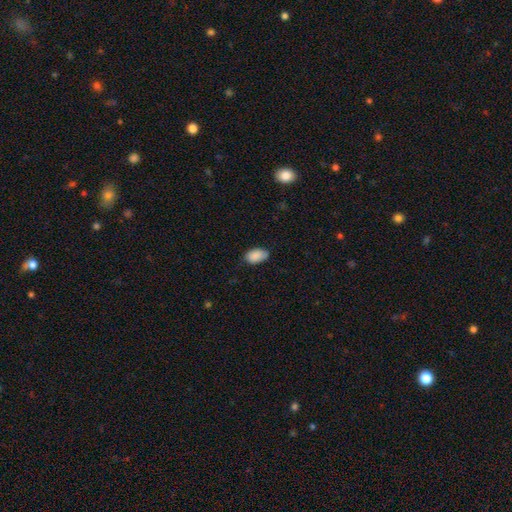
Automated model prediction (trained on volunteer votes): Smooth or featured? smooth (88%)
How rounded? in between (92%)
Merging? none (72%)